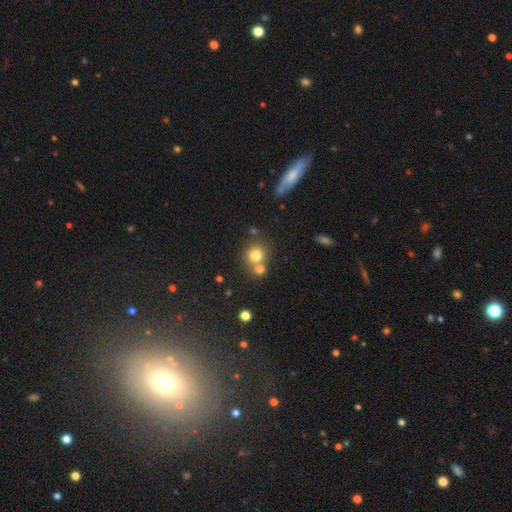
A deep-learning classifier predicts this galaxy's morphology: This appears to be a smooth galaxy with no disk features (77%) that is round (86%). Merging: none (51%).